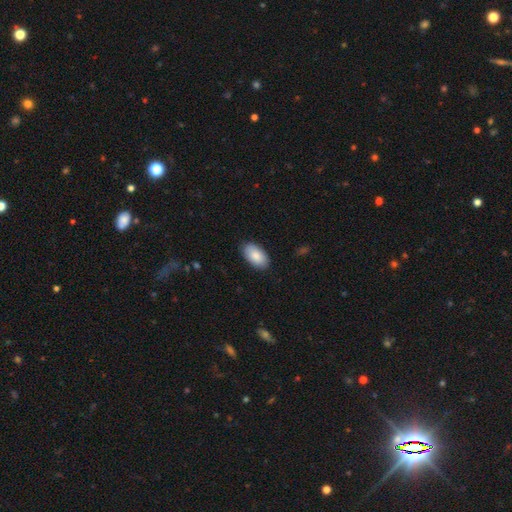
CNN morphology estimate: Smooth or featured? smooth (87%)
How rounded? in between (96%)
Merging? none (87%)